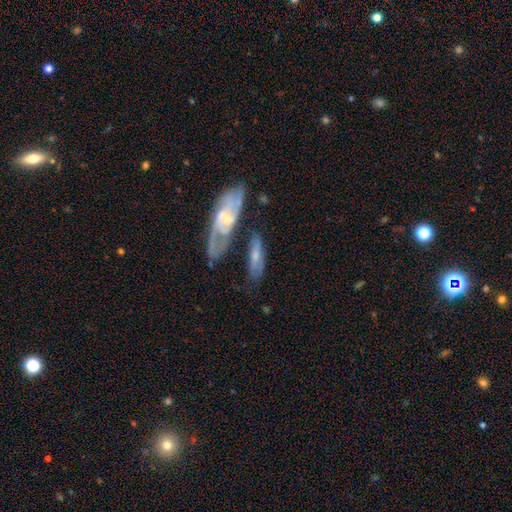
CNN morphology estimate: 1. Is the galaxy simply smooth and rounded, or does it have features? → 55% featured or disk, 38% smooth, 7% star or artifact.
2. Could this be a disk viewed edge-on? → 72% no, 28% yes.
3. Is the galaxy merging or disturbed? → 51% none, 21% minor disturbance, 17% merger, 11% major disturbance.